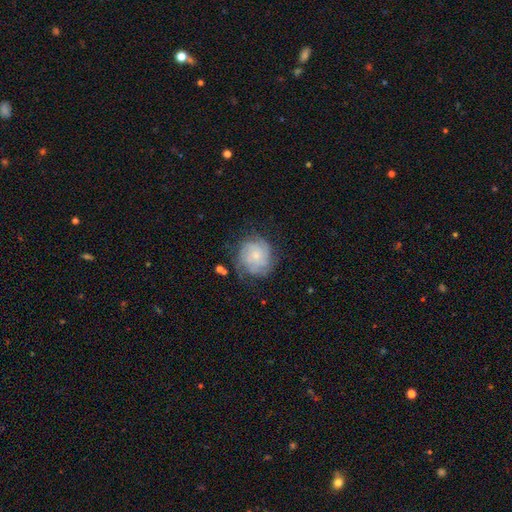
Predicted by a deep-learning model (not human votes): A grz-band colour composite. It shows a featured or disk galaxy (58%) with no bar (82%), spiral arms (86%) and a small central bulge (68%). Merging: none (67%).